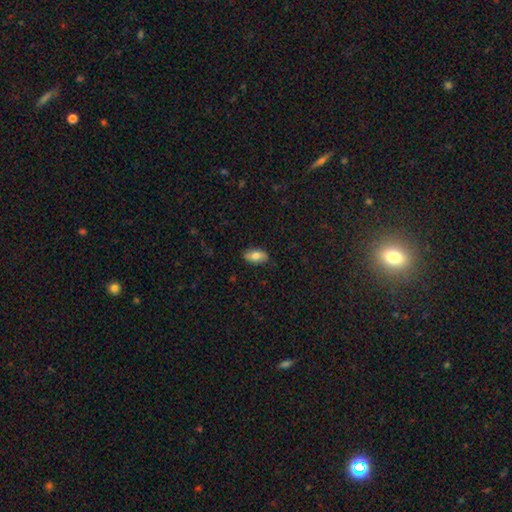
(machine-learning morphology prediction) Smooth or featured: smooth — 78% (featured or disk — 15%)
How rounded: in between — 92% (cigar-shaped — 4%)
Merging: none — 85% (minor disturbance — 12%)